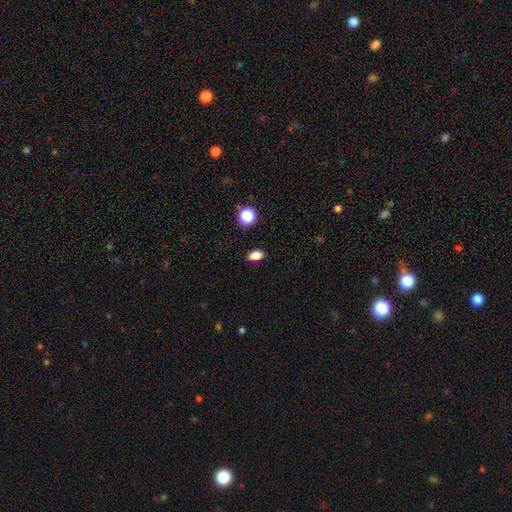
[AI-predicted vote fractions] A smooth galaxy with no disk features (83%) that is in between round and cigar-shaped (83%). Merging: none (89%).